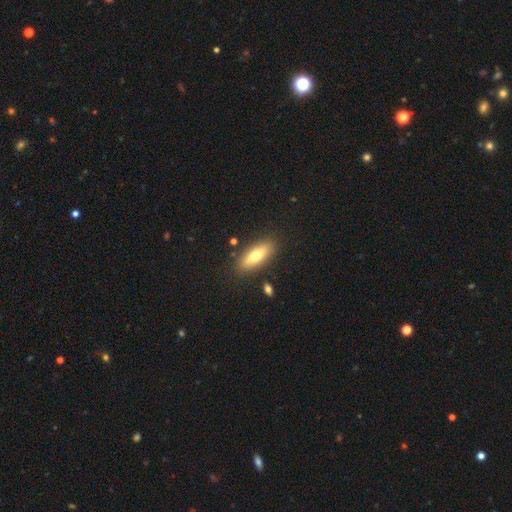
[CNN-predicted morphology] Smooth or featured: smooth — 66% (featured or disk — 27%)
How rounded: in between — 67% (cigar-shaped — 30%)
Merging: none — 85% (minor disturbance — 10%)